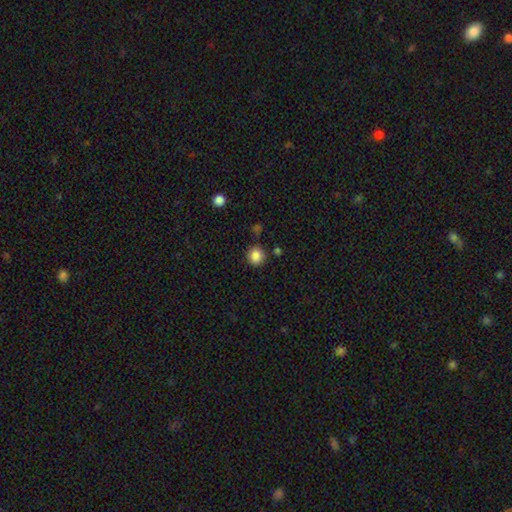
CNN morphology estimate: smooth-or-featured: smooth: 86% | star or artifact: 10% | featured or disk: 4%
  how-rounded: round: 91% | in between: 9% | cigar-shaped: 1%
  merging: none: 83% | minor disturbance: 10% | merger: 4% | major disturbance: 3%